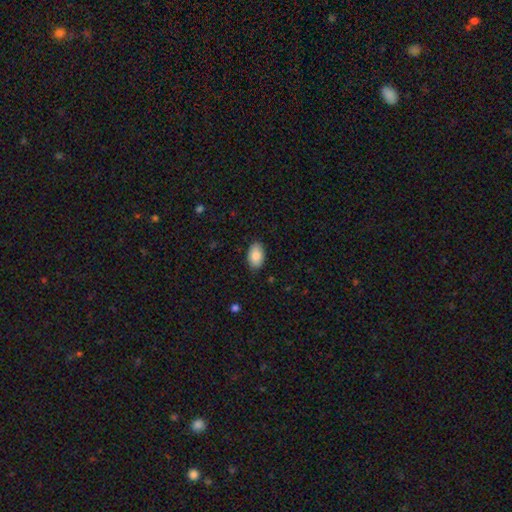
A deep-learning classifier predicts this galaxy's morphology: Smooth or featured?
  - smooth: 88% *
  - star or artifact: 6%
  - featured or disk: 6%
How rounded?
  - in between: 93% *
  - round: 6%
  - cigar-shaped: 1%
Merging?
  - none: 85% *
  - minor disturbance: 11%
  - major disturbance: 2%
  - merger: 1%